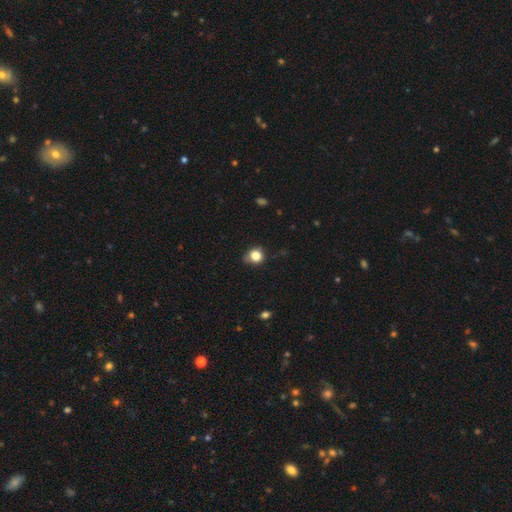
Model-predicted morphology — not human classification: Smooth or featured?
  - smooth: 82% *
  - star or artifact: 11%
  - featured or disk: 6%
How rounded?
  - round: 78% *
  - in between: 21%
  - cigar-shaped: 1%
Merging?
  - none: 64% *
  - minor disturbance: 28%
  - major disturbance: 6%
  - merger: 2%